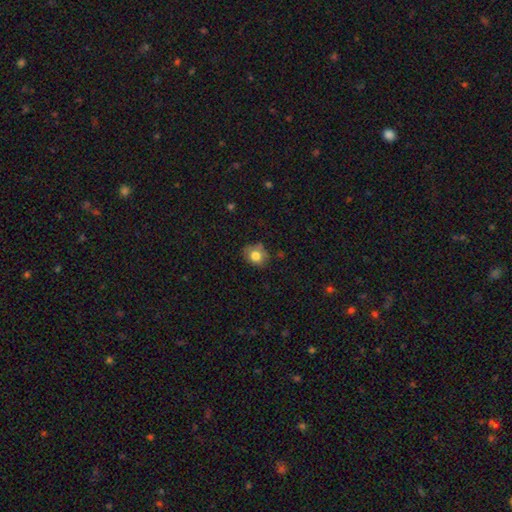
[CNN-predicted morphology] smooth-or-featured: smooth: 78% | featured or disk: 12% | star or artifact: 10%
  how-rounded: round: 56% | in between: 43% | cigar-shaped: 1%
  merging: none: 70% | minor disturbance: 22% | major disturbance: 5% | merger: 3%